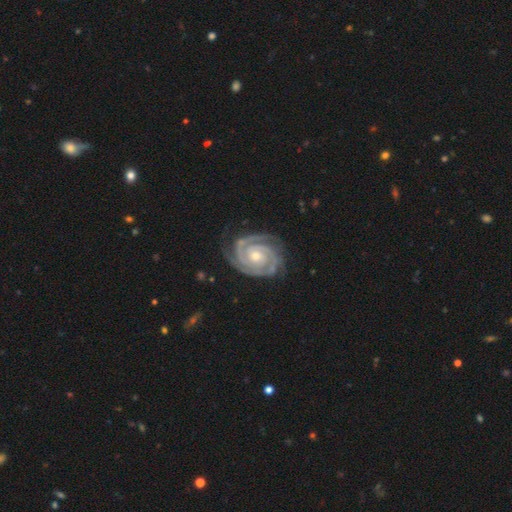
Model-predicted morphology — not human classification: The model was most divided on "bulge size": moderate: 50%, small: 46%, large: 2%, none: 1%, dominant: 1%. Remaining: spiral arms — yes (99%); edge-on disk — no (98%); smooth or featured — featured or disk (94%); spiral winding — tight (83%); merging — none (79%); bar — no (67%); spiral arm count — 2 (47%).